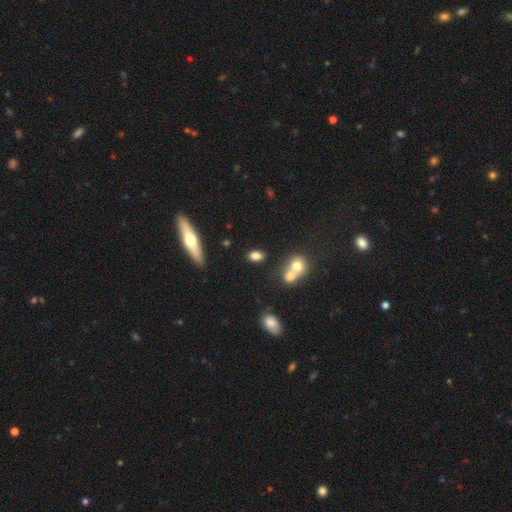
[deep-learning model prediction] A smooth galaxy with no disk features (78%) that is in between round and cigar-shaped (78%). Merging: none (72%).